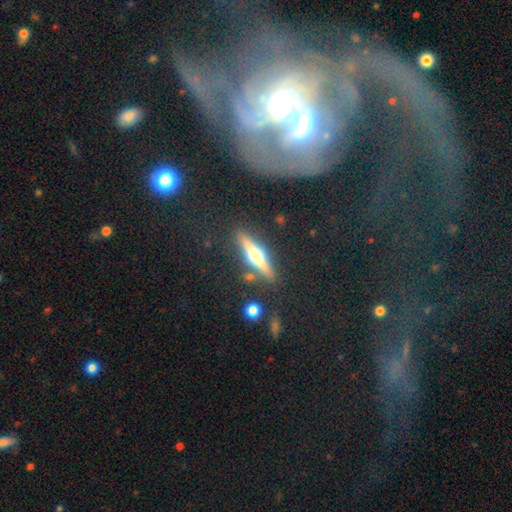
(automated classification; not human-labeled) This is likely a featured or disk galaxy (71%). It is clearly viewed edge-on (96%). Edge-on bulge: clearly rounded (95%). Merging: clearly none (86%).